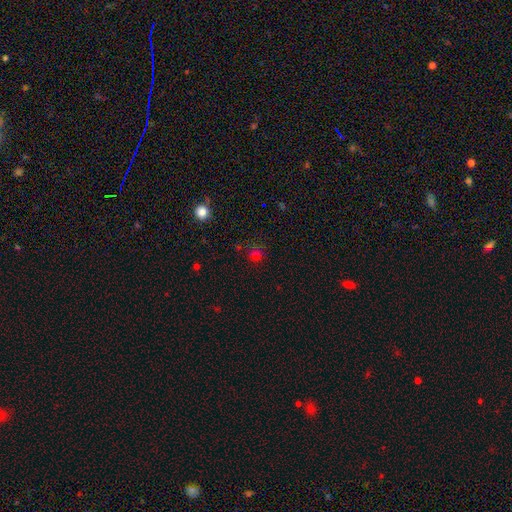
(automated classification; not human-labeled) Q: Smooth or featured?
A: smooth (62%); runner-up: star or artifact (32%)
Q: How rounded?
A: round (87%); runner-up: in between (12%)
Q: Merging?
A: none (80%); runner-up: minor disturbance (11%)